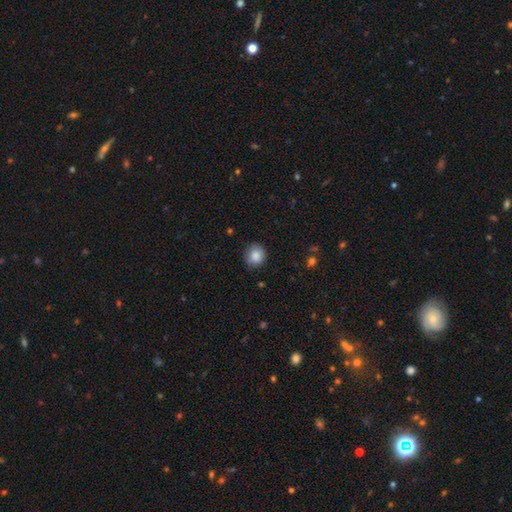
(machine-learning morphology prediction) Overall: smooth (87%). How rounded: round (85%). Merging: none (84%).